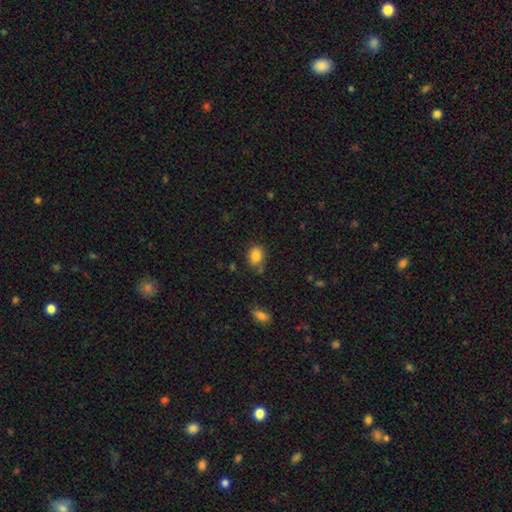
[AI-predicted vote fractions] A smooth galaxy with no disk features (85%) that is in between round and cigar-shaped (60%). Merging: none (74%).